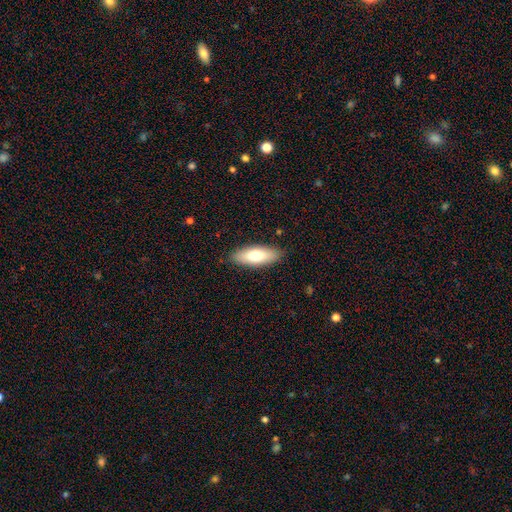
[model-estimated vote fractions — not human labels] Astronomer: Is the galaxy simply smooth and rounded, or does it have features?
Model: smooth — 71%.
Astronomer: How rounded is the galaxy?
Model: in between — 66%.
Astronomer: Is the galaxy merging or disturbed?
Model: none — 88%.